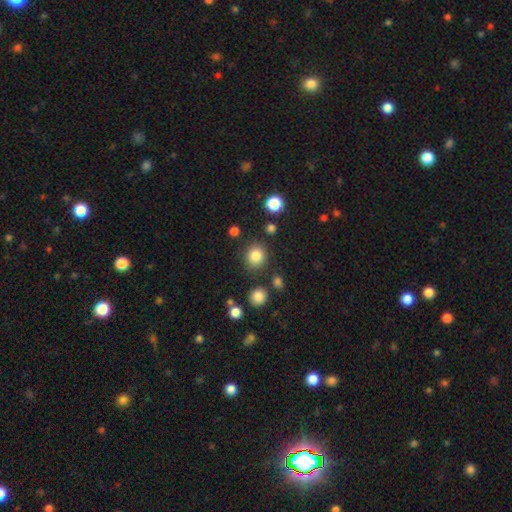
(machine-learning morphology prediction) smooth_or_featured: smooth (p=0.84) [alt: star or artifact p=0.11]
how_rounded: round (p=0.83) [alt: in between p=0.16]
merging: none (p=0.83) [alt: minor disturbance p=0.09]